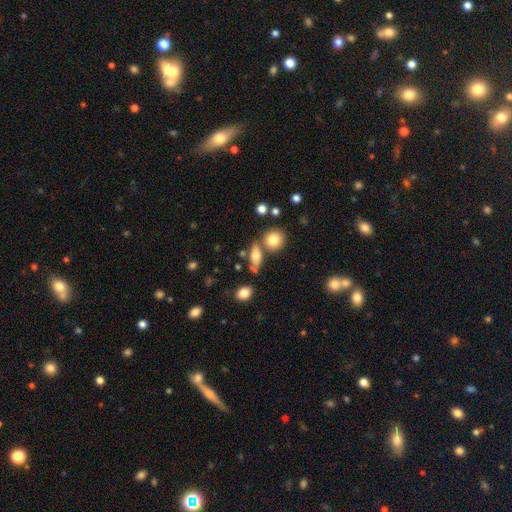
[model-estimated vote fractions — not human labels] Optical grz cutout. It shows a smooth galaxy with no disk features (68%) that is in between round and cigar-shaped (58%). Merging: none (64%).